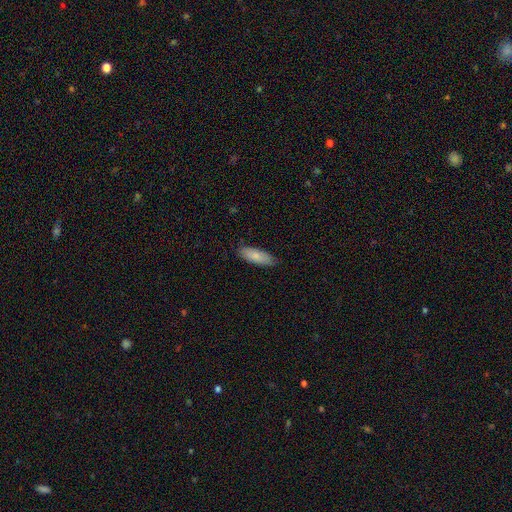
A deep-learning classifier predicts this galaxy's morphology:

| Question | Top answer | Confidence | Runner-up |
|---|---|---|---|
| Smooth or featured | smooth | 82% | featured or disk (12%) |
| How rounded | in between | 68% | cigar-shaped (30%) |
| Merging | none | 81% | minor disturbance (15%) |